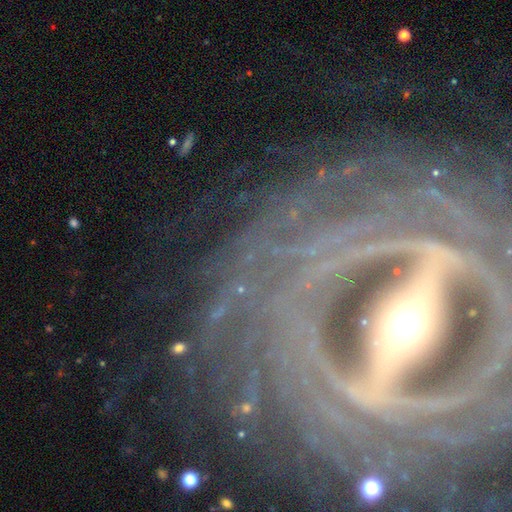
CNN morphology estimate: smooth-or-featured: featured or disk: 88% | star or artifact: 7% | smooth: 5%
  disk-edge-on: no: 77% | yes: 23%
    bar: strong: 79% | weak: 12% | no: 9%
    has-spiral-arms: yes: 84% | no: 16%
      spiral-winding: tight: 77% | medium: 16% | loose: 6%
      spiral-arm-count: can't tell: 31% | more than 4: 19% | 2: 16% | 3: 12% | 4: 12% | 1: 9%
    bulge-size: moderate: 59% | small: 27% | large: 11% | dominant: 2% | none: 1%
  merging: none: 80% | minor disturbance: 11% | major disturbance: 7% | merger: 2%